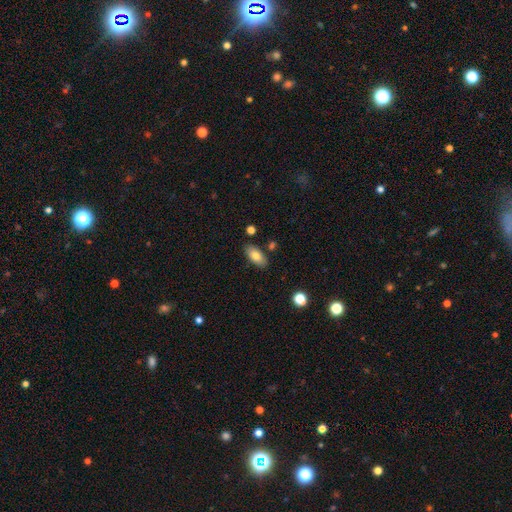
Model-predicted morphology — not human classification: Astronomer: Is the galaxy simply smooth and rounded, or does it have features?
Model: smooth — 79%.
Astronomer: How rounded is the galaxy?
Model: in between — 91%.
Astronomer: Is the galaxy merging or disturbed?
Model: none — 83%.